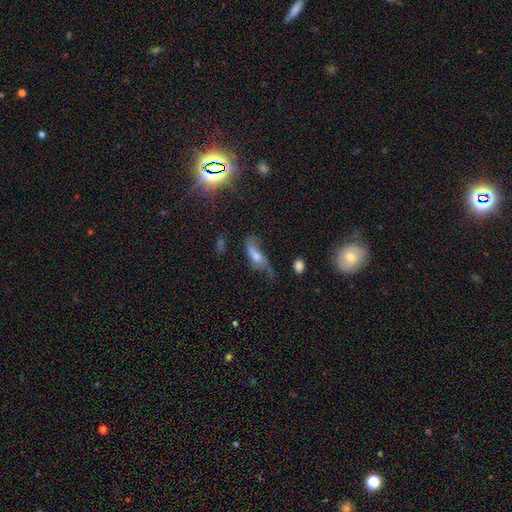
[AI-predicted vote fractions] smooth_or_featured: featured or disk (p=0.45) [alt: smooth p=0.40]
merging: none (p=0.36) [alt: major disturbance p=0.31]